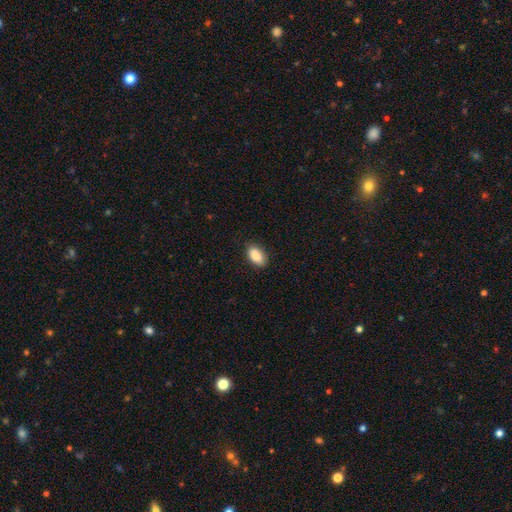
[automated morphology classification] smooth-or-featured: smooth: 88% | star or artifact: 7% | featured or disk: 4%
  how-rounded: in between: 91% | round: 5% | cigar-shaped: 4%
  merging: none: 84% | minor disturbance: 13% | major disturbance: 2% | merger: 1%